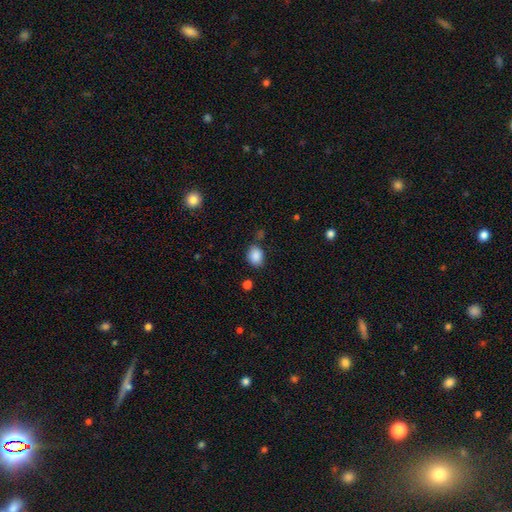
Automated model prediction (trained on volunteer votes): Smooth or featured? smooth (88%)
How rounded? in between (60%)
Merging? none (74%)